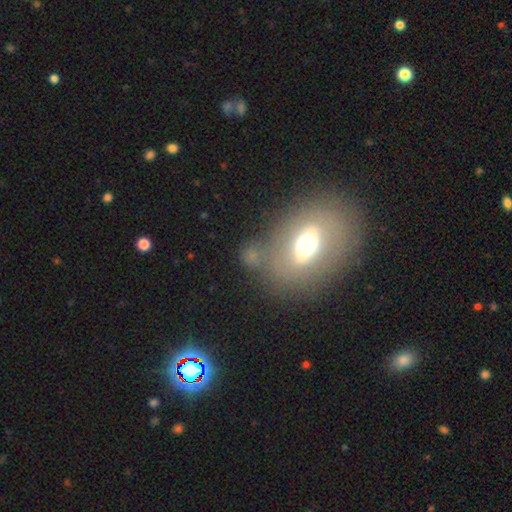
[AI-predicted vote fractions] Q: Smooth or featured?
A: smooth (49%); runner-up: featured or disk (34%)
Q: Merging?
A: none (60%); runner-up: minor disturbance (16%)